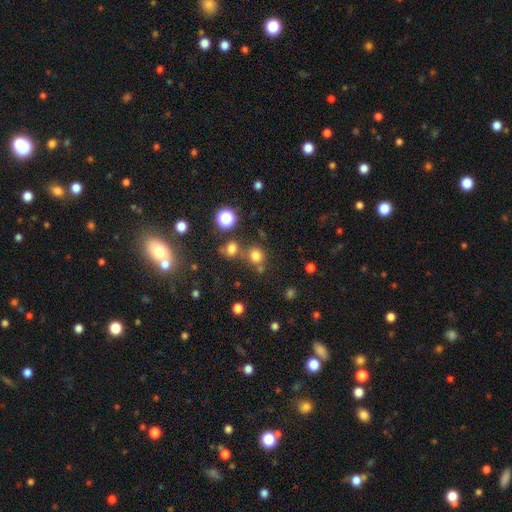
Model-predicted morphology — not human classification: A smooth galaxy with no disk features (75%) that is round (86%). Merging: none (67%).